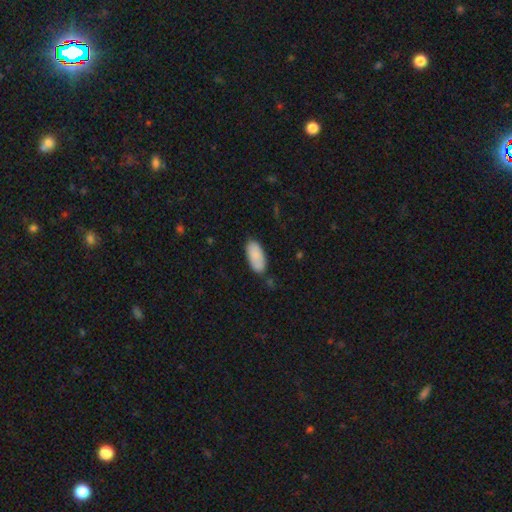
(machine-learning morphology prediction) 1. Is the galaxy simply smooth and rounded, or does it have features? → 87% smooth, 7% featured or disk, 6% star or artifact.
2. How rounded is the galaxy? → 90% in between, 8% cigar-shaped, 2% round.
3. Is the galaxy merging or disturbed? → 77% none, 17% minor disturbance, 4% merger, 3% major disturbance.